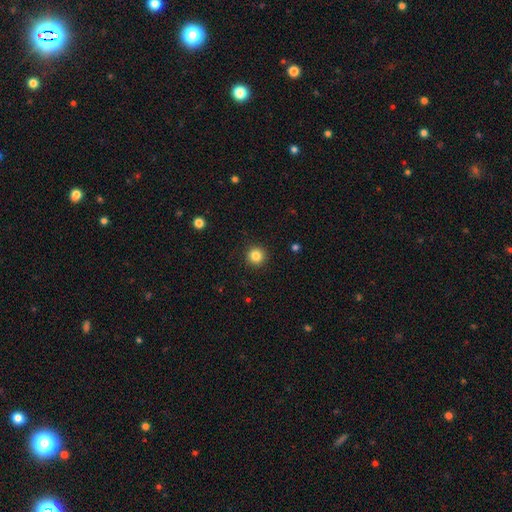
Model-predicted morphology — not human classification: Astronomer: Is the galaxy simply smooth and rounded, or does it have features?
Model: smooth — 84%.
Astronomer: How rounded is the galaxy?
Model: round — 95%.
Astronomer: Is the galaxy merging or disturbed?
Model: none — 92%.